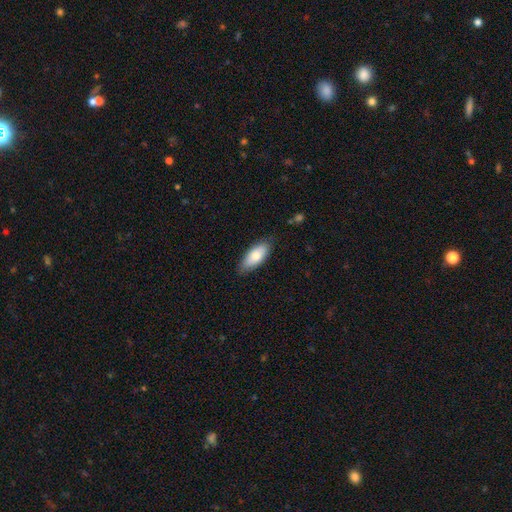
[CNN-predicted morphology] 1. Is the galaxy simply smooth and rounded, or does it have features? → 75% smooth, 19% featured or disk, 6% star or artifact.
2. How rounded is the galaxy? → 85% in between, 13% cigar-shaped, 2% round.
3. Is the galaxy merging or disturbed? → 82% none, 15% minor disturbance, 3% major disturbance, 1% merger.